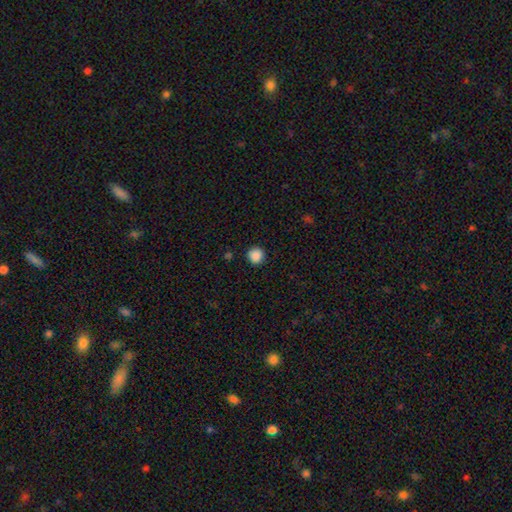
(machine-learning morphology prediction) This appears to be a smooth galaxy with no disk features (88%) that is round (94%). Merging: none (90%).